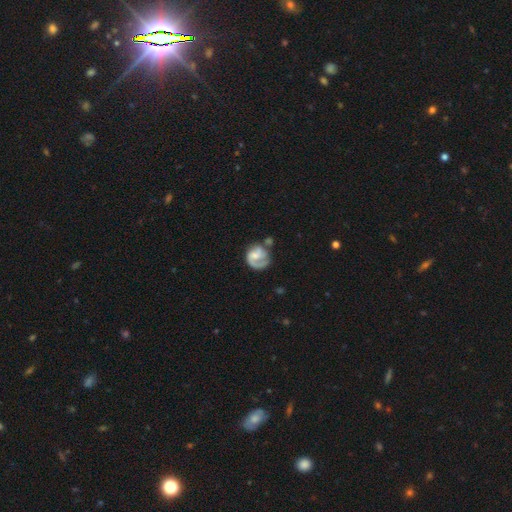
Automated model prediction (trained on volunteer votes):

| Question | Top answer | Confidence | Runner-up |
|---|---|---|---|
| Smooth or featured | featured or disk | 75% | smooth (19%) |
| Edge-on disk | no | 98% | yes (2%) |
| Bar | no | 51% | weak (41%) |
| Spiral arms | yes | 92% | no (8%) |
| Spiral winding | medium | 42% | tight (38%) |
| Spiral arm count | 1 | 47% | 2 (42%) |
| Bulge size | small | 44% | moderate (34%) |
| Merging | none | 48% | minor disturbance (21%) |